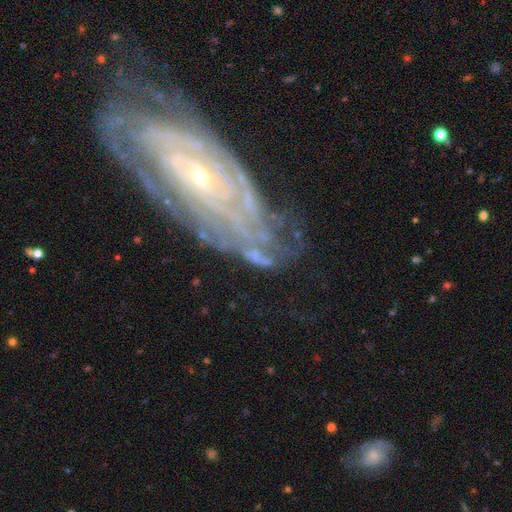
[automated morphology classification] Q: Smooth or featured?
A: featured or disk (63%); runner-up: star or artifact (19%)
Q: Edge-on disk?
A: no (91%); runner-up: yes (9%)
Q: Bar?
A: no (63%); runner-up: weak (22%)
Q: Spiral arms?
A: yes (75%); runner-up: no (25%)
Q: Bulge size?
A: small (48%); runner-up: moderate (27%)
Q: Merging?
A: none (51%); runner-up: minor disturbance (20%)